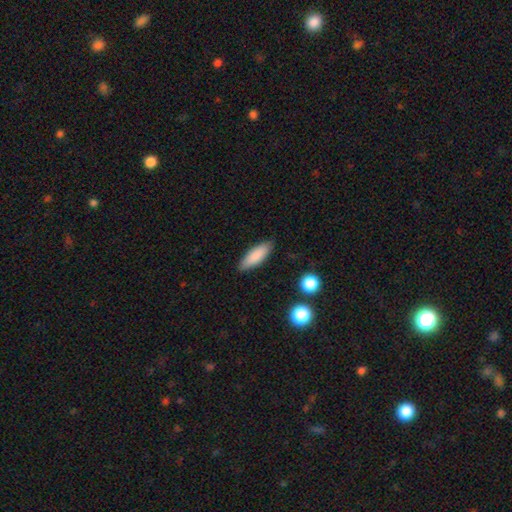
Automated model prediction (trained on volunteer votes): Overall: smooth (86%). How rounded: in between (57%; cigar-shaped 42%). Merging: none (86%).